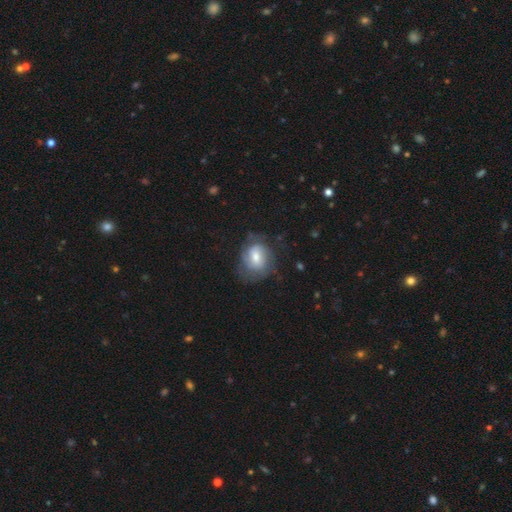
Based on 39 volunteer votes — A smooth galaxy with no disk features (49%) that is in between round and cigar-shaped (53%). Merging: none (51%).